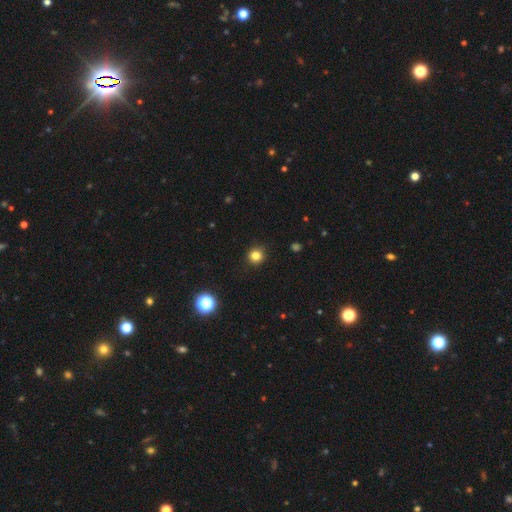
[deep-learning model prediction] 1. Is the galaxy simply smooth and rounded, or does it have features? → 82% smooth, 14% star or artifact, 5% featured or disk.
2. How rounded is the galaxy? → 92% round, 7% in between, 1% cigar-shaped.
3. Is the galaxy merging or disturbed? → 91% none, 6% minor disturbance, 2% major disturbance, 1% merger.